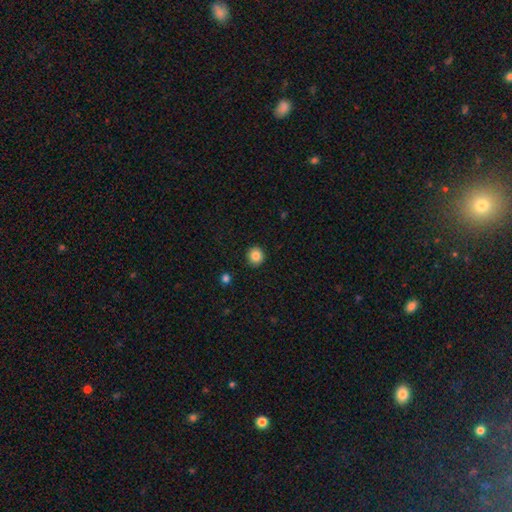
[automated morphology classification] Overall: smooth (85%). How rounded: round (92%). Merging: none (92%).